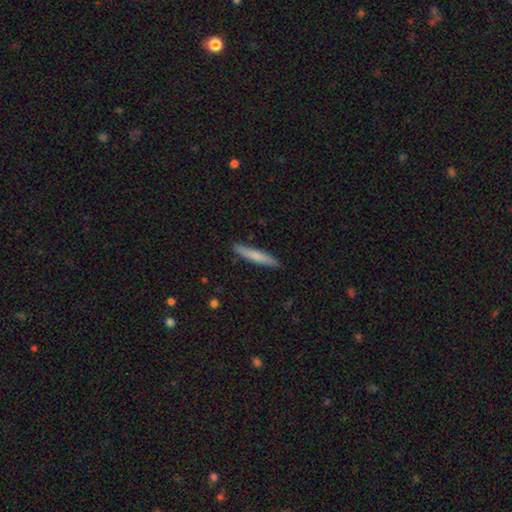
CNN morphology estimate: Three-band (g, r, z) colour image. It shows a smooth galaxy with no disk features (74%) that is cigar-shaped (94%). Merging: none (90%).